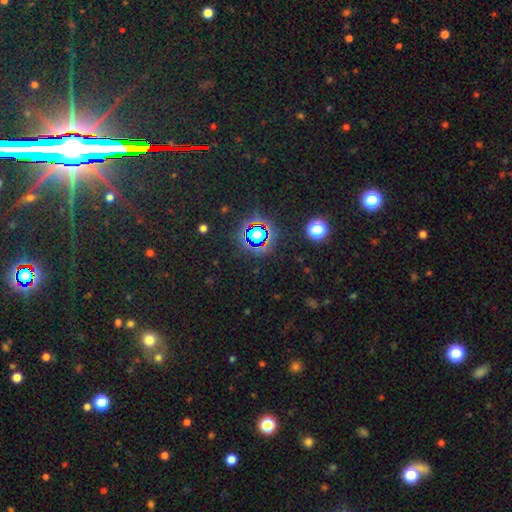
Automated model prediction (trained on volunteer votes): A star or artifact, not a galaxy (81%).